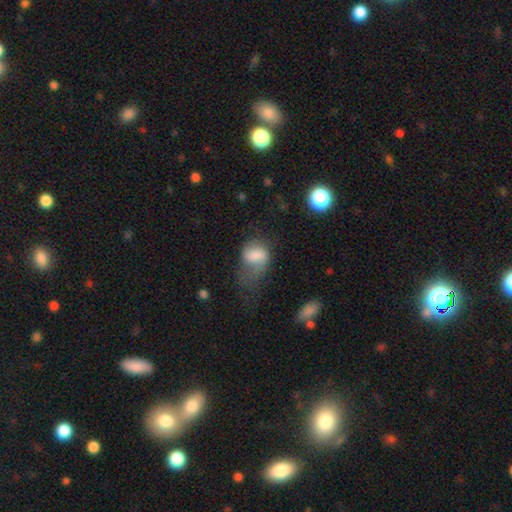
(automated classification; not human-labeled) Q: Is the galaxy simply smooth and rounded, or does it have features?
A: smooth — 65%.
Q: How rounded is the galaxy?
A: in between — 63%.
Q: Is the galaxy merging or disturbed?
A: major disturbance — 46%.